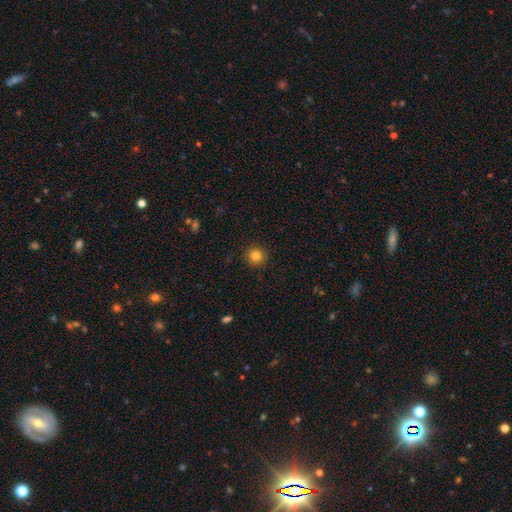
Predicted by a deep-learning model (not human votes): This is clearly a smooth galaxy (83%). How rounded: clearly round (95%). Merging: clearly none (91%).